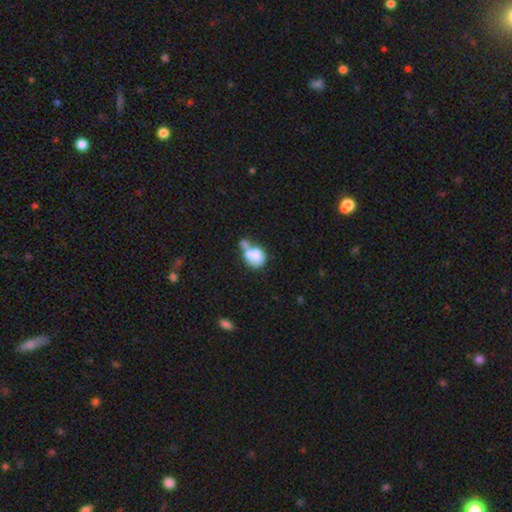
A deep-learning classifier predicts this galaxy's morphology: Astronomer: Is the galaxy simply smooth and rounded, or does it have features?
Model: smooth — 70%.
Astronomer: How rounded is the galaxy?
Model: round — 56% (runner-up: in between, 43%).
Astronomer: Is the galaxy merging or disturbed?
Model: merger — 58%.